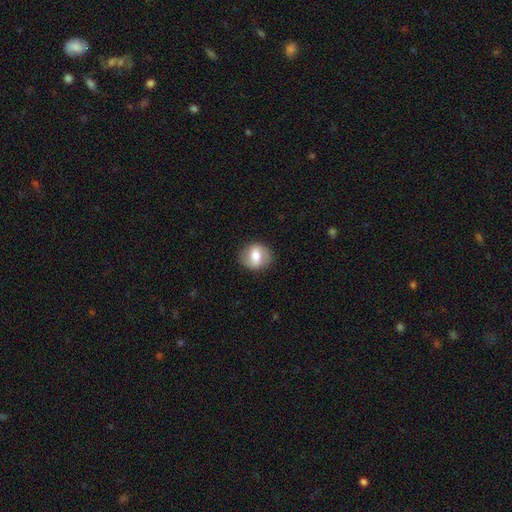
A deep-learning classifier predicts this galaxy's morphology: Overall: smooth (56%; featured or disk 36%). How rounded: round (74%). Merging: none (85%).